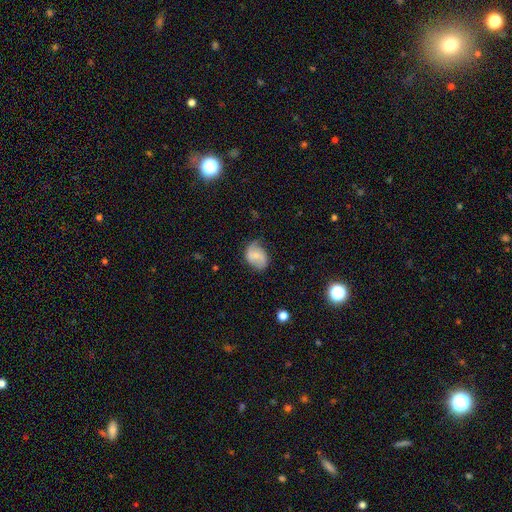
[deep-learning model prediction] Smooth or featured? smooth (50%)
Merging? none (59%)